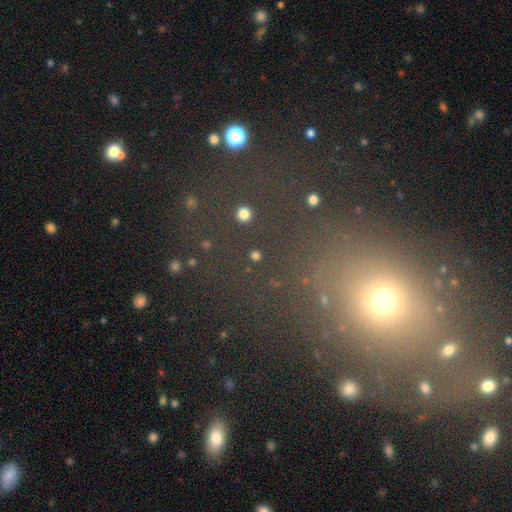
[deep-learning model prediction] Overall: smooth (44%, tied with star or artifact). Merging: none (76%).